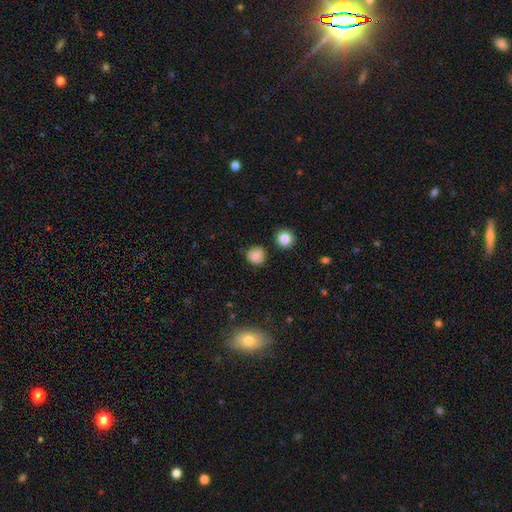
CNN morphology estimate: smooth_or_featured: smooth (p=0.78) [alt: star or artifact p=0.13]
how_rounded: round (p=0.87) [alt: in between p=0.12]
merging: none (p=0.75) [alt: minor disturbance p=0.17]